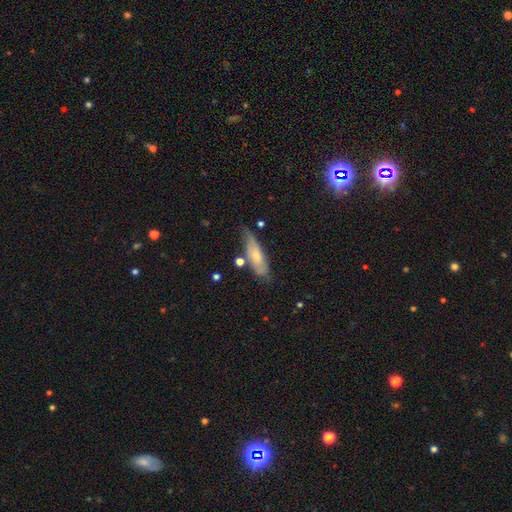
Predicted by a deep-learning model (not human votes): smooth-or-featured: smooth: 61% | featured or disk: 32% | star or artifact: 6%
  how-rounded: in between: 51% | cigar-shaped: 46% | round: 2%
  merging: none: 56% | minor disturbance: 30% | major disturbance: 8% | merger: 6%